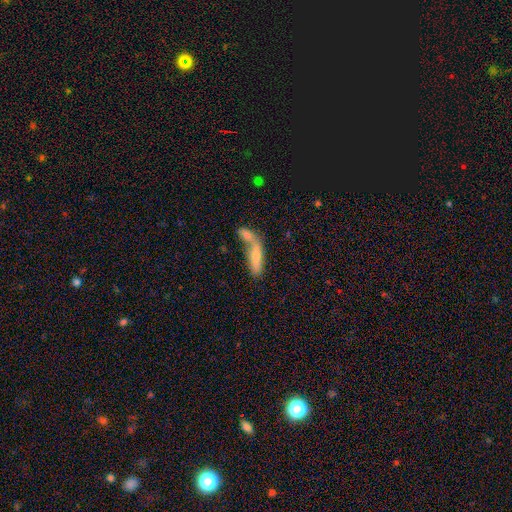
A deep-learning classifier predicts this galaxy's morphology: This is likely a smooth galaxy (66%). How rounded: possibly cigar-shaped (53%). Merging: possibly merger (59%).